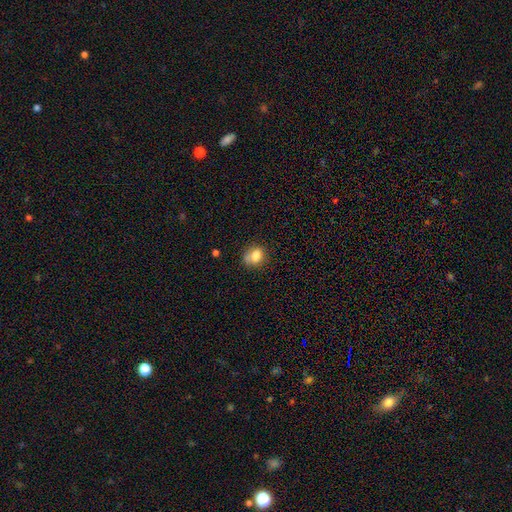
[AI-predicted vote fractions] Smooth or featured? smooth (78%)
How rounded? round (54%)
Merging? none (56%)